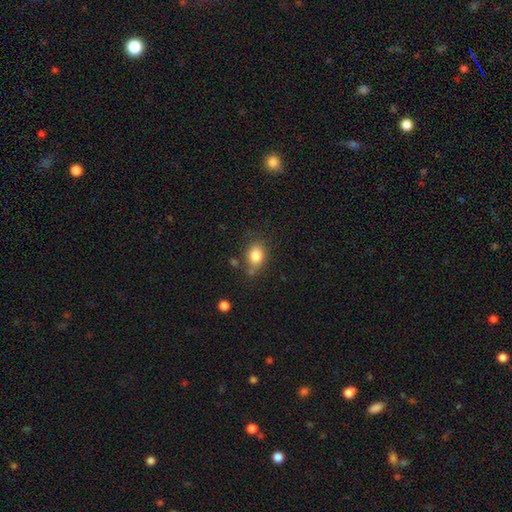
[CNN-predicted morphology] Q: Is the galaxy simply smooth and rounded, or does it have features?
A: smooth — 83%.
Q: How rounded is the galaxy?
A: in between — 59%.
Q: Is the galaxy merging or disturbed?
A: none — 71%.